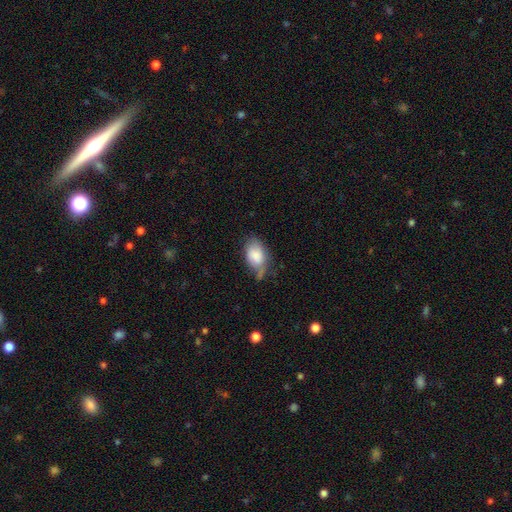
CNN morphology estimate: smooth-or-featured: smooth: 79% | featured or disk: 13% | star or artifact: 7%
  how-rounded: in between: 90% | round: 8% | cigar-shaped: 2%
  merging: none: 41% | minor disturbance: 39% | major disturbance: 14% | merger: 6%